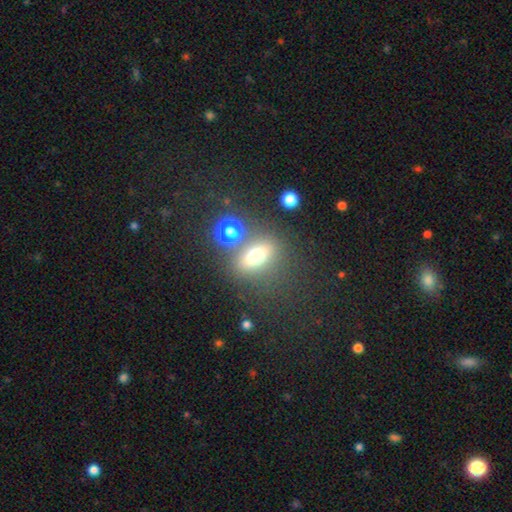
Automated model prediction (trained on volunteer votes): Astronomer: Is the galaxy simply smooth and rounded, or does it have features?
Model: smooth — 62%.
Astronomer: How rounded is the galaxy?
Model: in between — 57% (runner-up: round, 35%).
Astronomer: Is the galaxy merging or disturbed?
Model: none — 70%.